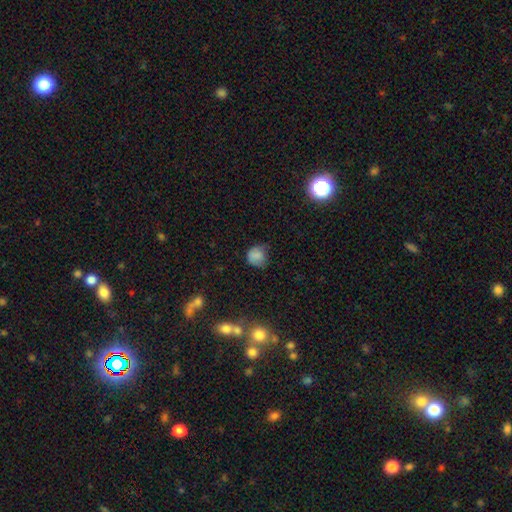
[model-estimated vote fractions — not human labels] smooth-or-featured: smooth: 81% | star or artifact: 11% | featured or disk: 8%
  how-rounded: round: 78% | in between: 21% | cigar-shaped: 1%
  merging: none: 54% | minor disturbance: 34% | major disturbance: 10% | merger: 2%